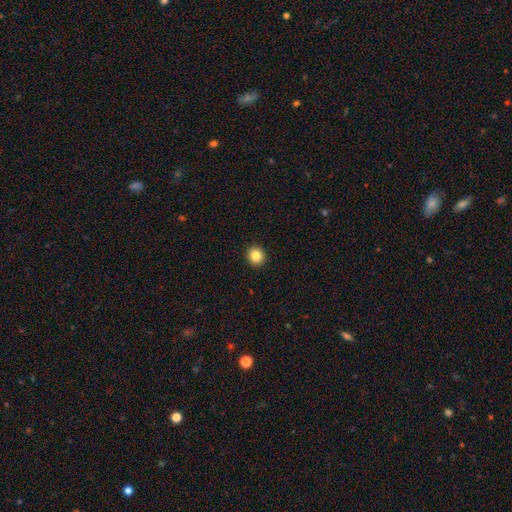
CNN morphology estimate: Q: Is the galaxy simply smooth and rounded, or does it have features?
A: smooth — 85%.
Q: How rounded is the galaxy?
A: round — 86%.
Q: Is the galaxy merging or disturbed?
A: none — 93%.